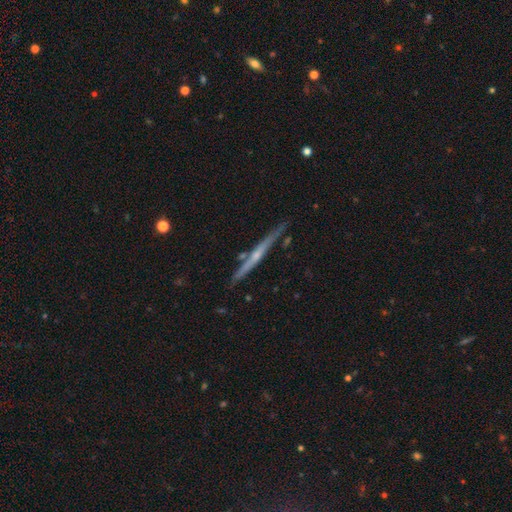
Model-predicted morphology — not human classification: Q: Smooth or featured?
A: featured or disk (71%); runner-up: smooth (23%)
Q: Edge-on disk?
A: yes (97%); runner-up: no (3%)
Q: Edge-on bulge?
A: rounded (51%); runner-up: none (44%)
Q: Merging?
A: none (82%); runner-up: minor disturbance (11%)